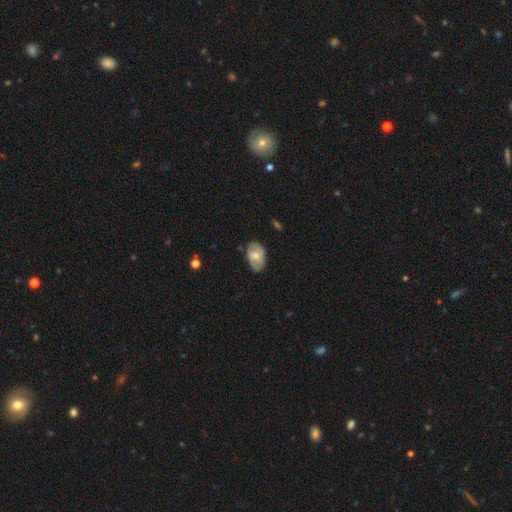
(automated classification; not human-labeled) Smooth or featured?
  - smooth: 53% *
  - featured or disk: 40%
  - star or artifact: 6%
How rounded?
  - in between: 89% *
  - round: 9%
  - cigar-shaped: 1%
Merging?
  - none: 71% *
  - minor disturbance: 23%
  - major disturbance: 5%
  - merger: 1%